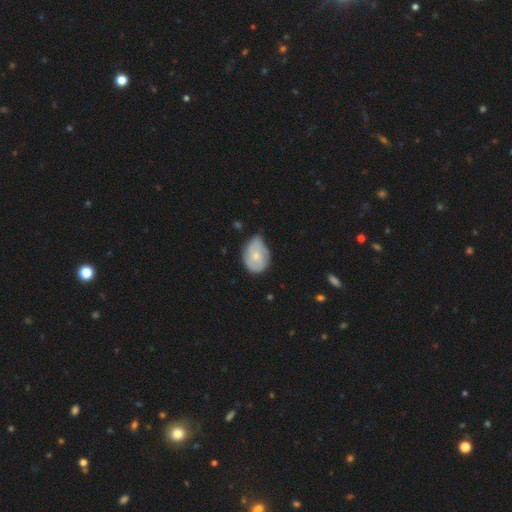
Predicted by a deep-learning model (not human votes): Smooth or featured? smooth (52%)
How rounded? in between (62%)
Merging? minor disturbance (44%)